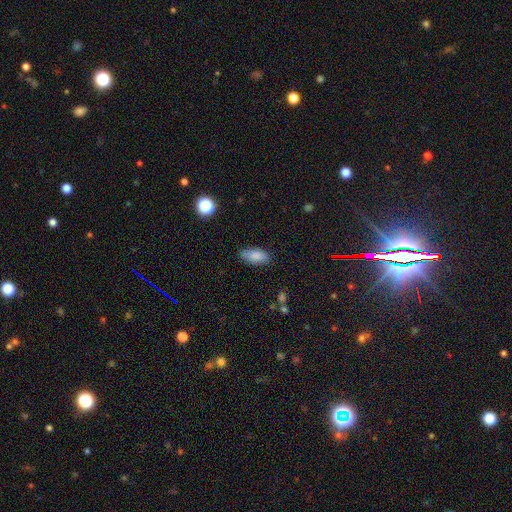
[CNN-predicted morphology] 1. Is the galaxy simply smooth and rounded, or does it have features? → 84% smooth, 8% featured or disk, 8% star or artifact.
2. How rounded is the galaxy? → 89% in between, 8% cigar-shaped, 3% round.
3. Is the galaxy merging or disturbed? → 79% none, 16% minor disturbance, 3% major disturbance, 2% merger.